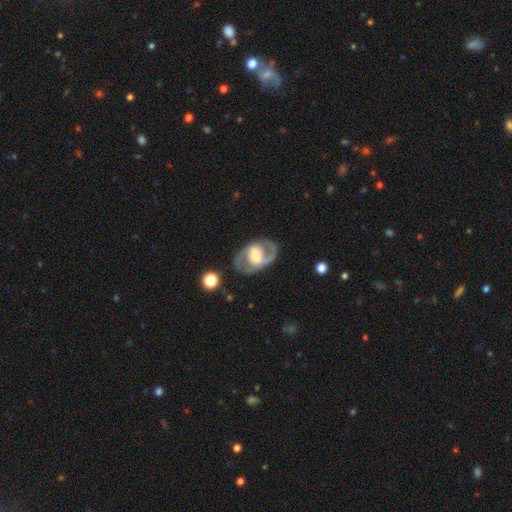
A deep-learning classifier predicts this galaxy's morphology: This is likely a featured or disk galaxy (76%). It is clearly not viewed edge-on (96%). Bar: marginally weak (41%). Spiral arm pattern: clearly yes (83%). Spiral arm count: clearly 2 (85%). Spiral winding: possibly medium (53%). Central bulge: marginally large (42%). Merging: likely none (76%).